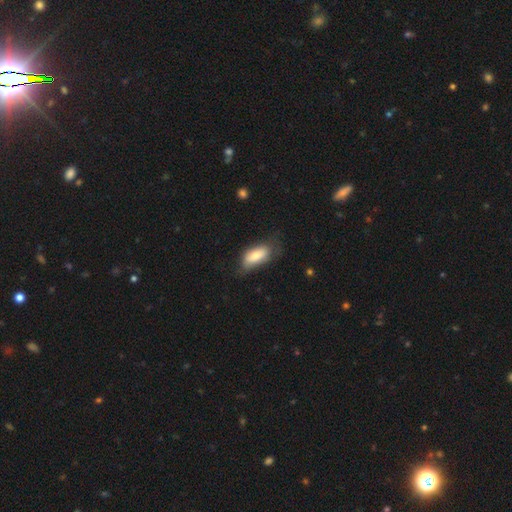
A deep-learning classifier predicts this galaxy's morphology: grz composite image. It shows a smooth galaxy with no disk features (76%) that is in between round and cigar-shaped (86%). Merging: none (55%).